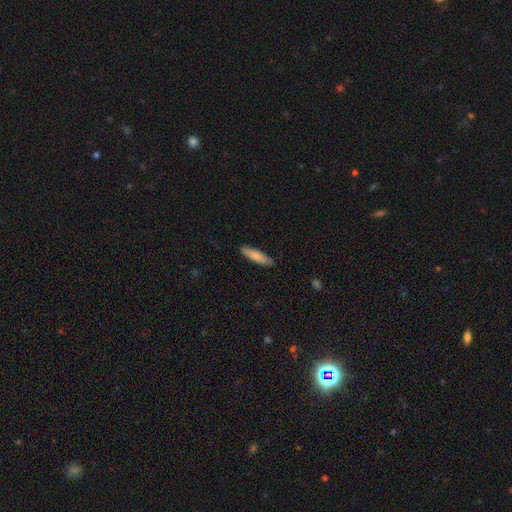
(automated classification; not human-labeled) smooth_or_featured: smooth (p=0.80) [alt: featured or disk p=0.15]
how_rounded: cigar-shaped (p=0.72) [alt: in between p=0.26]
merging: none (p=0.87) [alt: minor disturbance p=0.10]